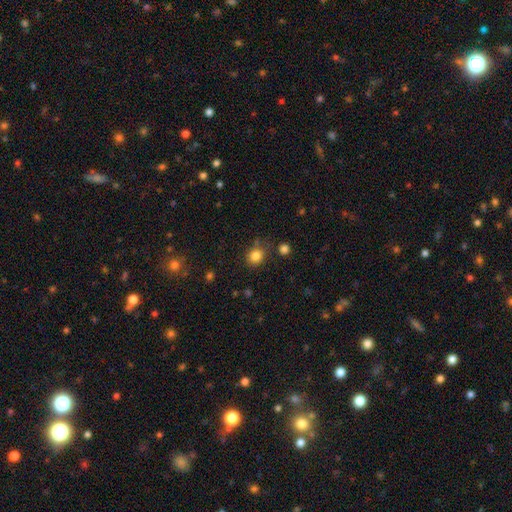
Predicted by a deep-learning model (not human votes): Morphology: type=smooth (83%); roundness=round (77%); merging=none (76%).